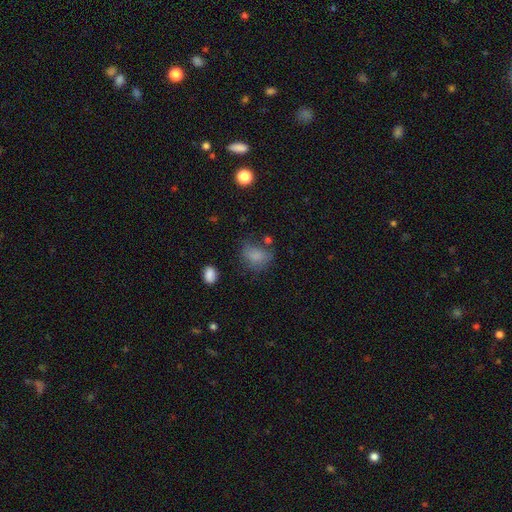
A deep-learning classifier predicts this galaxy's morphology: Smooth or featured?
  - smooth: 79% *
  - star or artifact: 12%
  - featured or disk: 9%
How rounded?
  - in between: 58% *
  - round: 40%
  - cigar-shaped: 1%
Merging?
  - none: 55% *
  - minor disturbance: 26%
  - major disturbance: 14%
  - merger: 5%